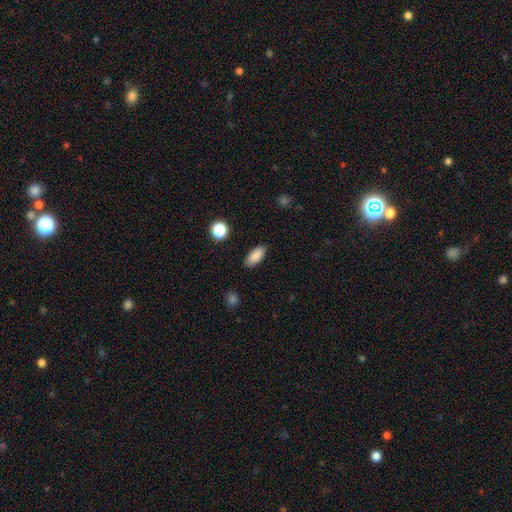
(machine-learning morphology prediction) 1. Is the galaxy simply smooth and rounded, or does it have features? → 88% smooth, 8% star or artifact, 4% featured or disk.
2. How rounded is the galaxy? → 86% in between, 12% cigar-shaped, 3% round.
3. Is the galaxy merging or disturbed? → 87% none, 10% minor disturbance, 2% major disturbance, 1% merger.